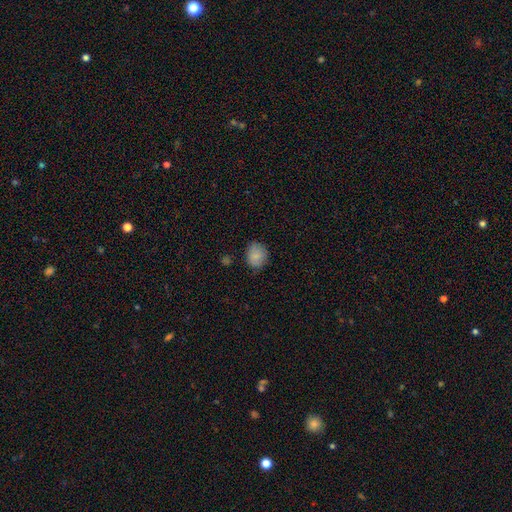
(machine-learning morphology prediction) Smooth or featured: smooth — 83% (star or artifact — 9%)
How rounded: round — 64% (in between — 35%)
Merging: none — 77% (minor disturbance — 18%)